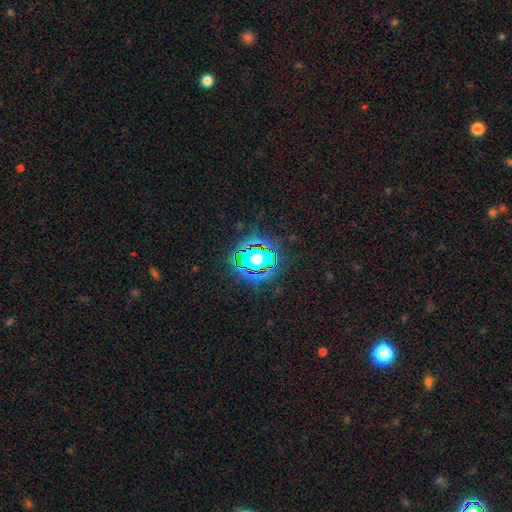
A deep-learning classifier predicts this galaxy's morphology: smooth_or_featured: star or artifact (p=0.69) [alt: smooth p=0.19]